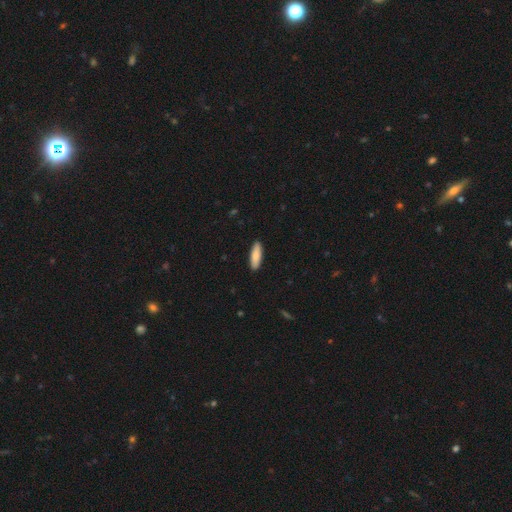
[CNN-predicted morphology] This is clearly a smooth galaxy (86%). How rounded: possibly cigar-shaped (52%). Merging: clearly none (91%).